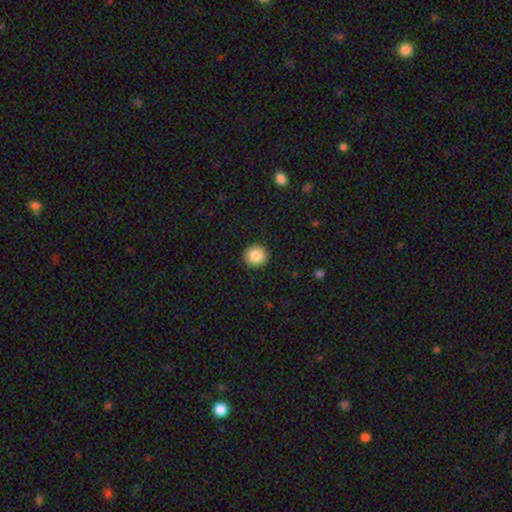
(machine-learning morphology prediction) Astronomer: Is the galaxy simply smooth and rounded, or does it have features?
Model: smooth — 86%.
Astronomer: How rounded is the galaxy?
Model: round — 93%.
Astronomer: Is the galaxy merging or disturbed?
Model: none — 92%.